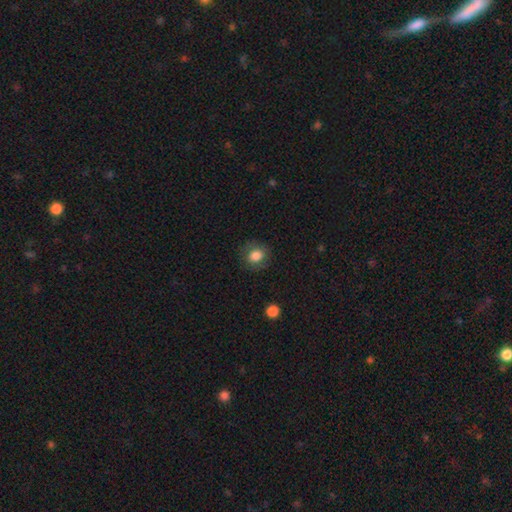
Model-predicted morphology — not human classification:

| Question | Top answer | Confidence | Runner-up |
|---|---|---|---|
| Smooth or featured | smooth | 80% | featured or disk (11%) |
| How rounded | round | 62% | in between (37%) |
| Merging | none | 81% | minor disturbance (13%) |